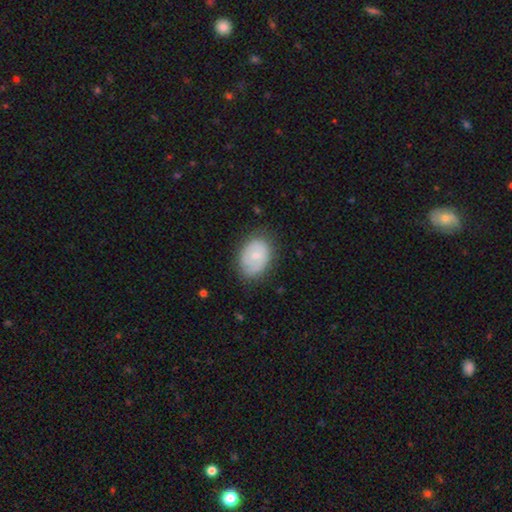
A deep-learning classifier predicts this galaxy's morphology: Q: Smooth or featured?
A: smooth (58%); runner-up: featured or disk (36%)
Q: How rounded?
A: in between (69%); runner-up: round (30%)
Q: Merging?
A: none (70%); runner-up: minor disturbance (22%)